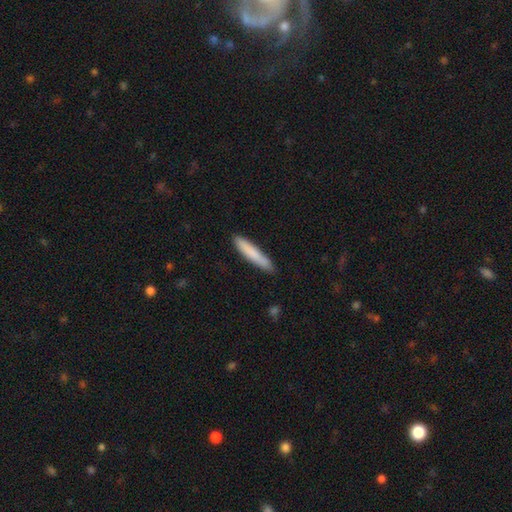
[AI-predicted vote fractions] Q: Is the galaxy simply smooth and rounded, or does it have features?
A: smooth — 81%.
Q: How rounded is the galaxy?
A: cigar-shaped — 90%.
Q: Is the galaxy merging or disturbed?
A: none — 83%.